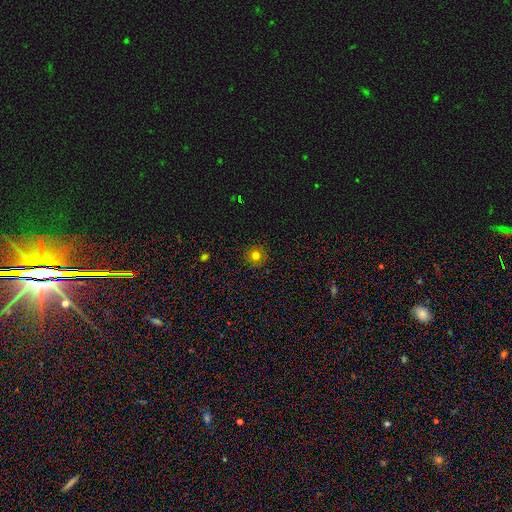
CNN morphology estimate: Overall: smooth (77%). How rounded: round (95%). Merging: none (91%).